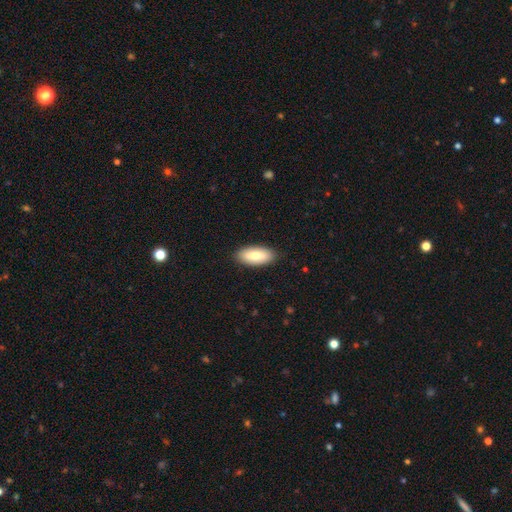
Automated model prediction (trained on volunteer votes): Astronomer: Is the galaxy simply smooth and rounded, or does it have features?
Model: smooth — 78%.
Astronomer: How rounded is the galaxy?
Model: in between — 89%.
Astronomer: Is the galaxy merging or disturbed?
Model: none — 88%.